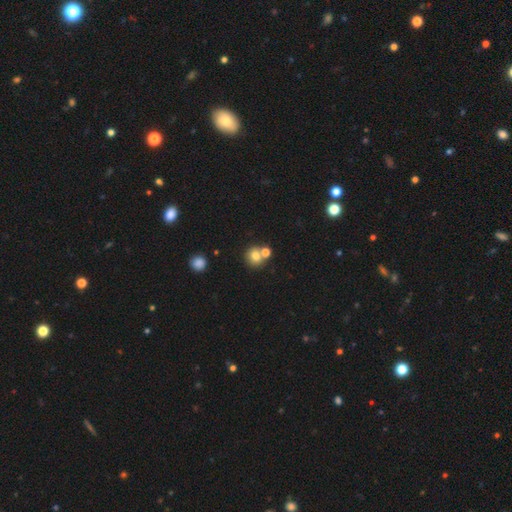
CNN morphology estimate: Overall: smooth (76%). How rounded: round (84%). Merging: none (55%; merger 34%).